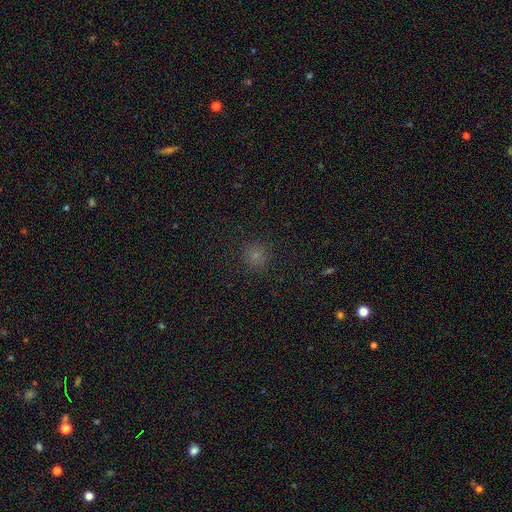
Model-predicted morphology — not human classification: smooth 74%, star or artifact 20%, featured or disk 6%. Down the decision tree: how rounded — round (91%); merging — none (88%).